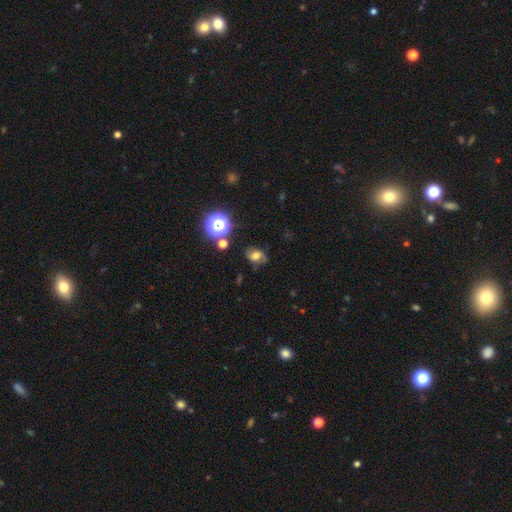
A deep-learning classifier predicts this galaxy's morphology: Smooth or featured: smooth — 61% (featured or disk — 21%)
How rounded: in between — 67% (round — 32%)
Merging: none — 70% (minor disturbance — 20%)